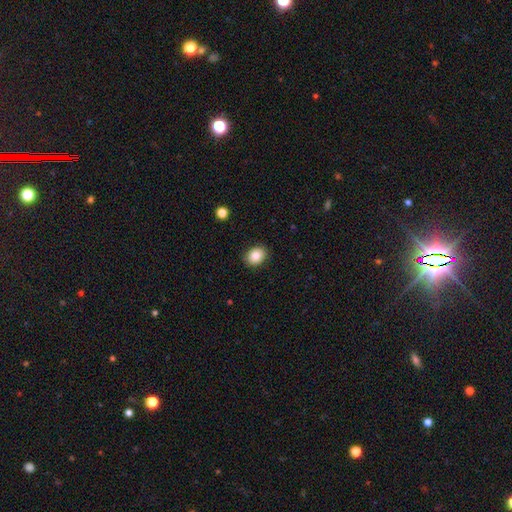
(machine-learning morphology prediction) Smooth or featured? smooth (84%)
How rounded? in between (50%)
Merging? none (89%)